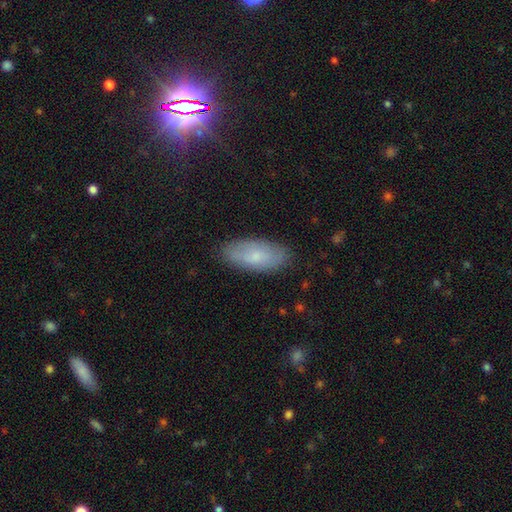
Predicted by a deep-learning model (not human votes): This appears to be a smooth galaxy with no disk features (69%) that is in between round and cigar-shaped (86%). Merging: none (84%).